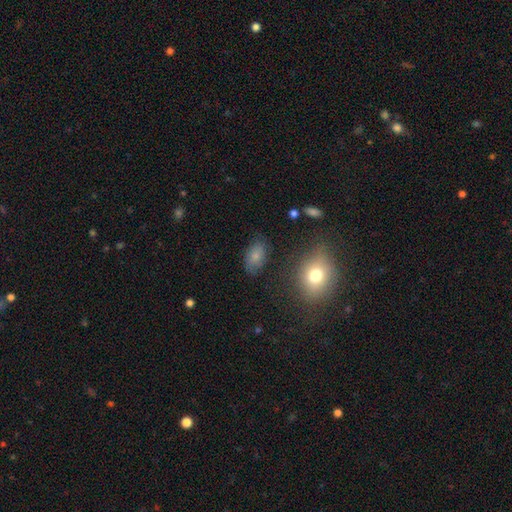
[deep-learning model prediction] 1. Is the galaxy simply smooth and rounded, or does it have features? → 74% smooth, 14% featured or disk, 12% star or artifact.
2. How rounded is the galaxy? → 89% in between, 9% round, 2% cigar-shaped.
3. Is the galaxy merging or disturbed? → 75% none, 17% minor disturbance, 5% major disturbance, 3% merger.